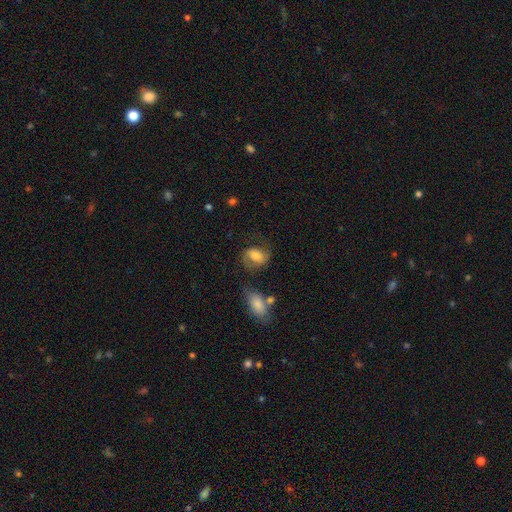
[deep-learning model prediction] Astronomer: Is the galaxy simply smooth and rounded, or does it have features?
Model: smooth — 47% (runner-up: featured or disk, 44%).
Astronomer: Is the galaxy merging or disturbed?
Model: none — 57%.